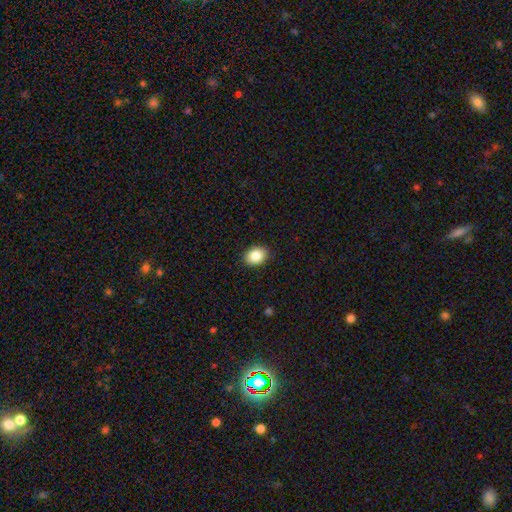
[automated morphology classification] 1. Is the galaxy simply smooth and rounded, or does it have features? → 87% smooth, 8% star or artifact, 5% featured or disk.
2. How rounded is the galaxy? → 72% in between, 27% round, 1% cigar-shaped.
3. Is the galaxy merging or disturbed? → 90% none, 7% minor disturbance, 2% major disturbance, 1% merger.